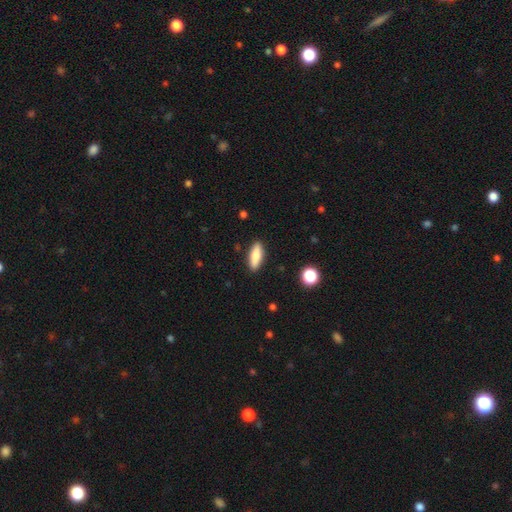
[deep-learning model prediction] Q: Smooth or featured?
A: smooth (78%); runner-up: featured or disk (16%)
Q: How rounded?
A: in between (57%); runner-up: cigar-shaped (41%)
Q: Merging?
A: none (89%); runner-up: minor disturbance (8%)